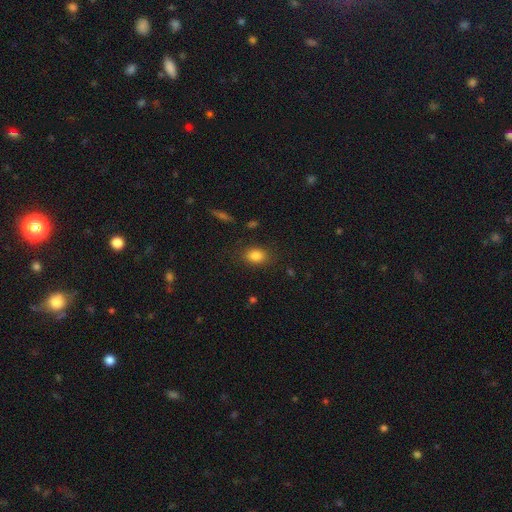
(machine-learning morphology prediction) This appears to be a smooth galaxy with no disk features (83%) that is in between round and cigar-shaped (70%). Merging: none (84%).